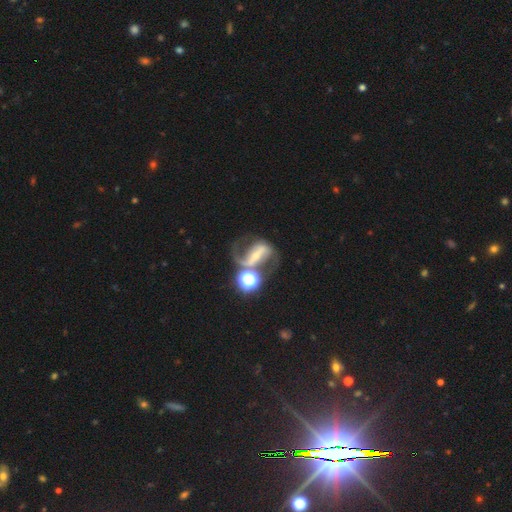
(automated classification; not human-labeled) featured or disk 79%, star or artifact 11%, smooth 10%. Down the decision tree: edge-on disk — no (95%); bar — strong (63%); spiral arms — yes (91%); spiral arm count — 2 (84%); spiral winding — loose (50%); bulge size — small (54%); merging — none (47%).